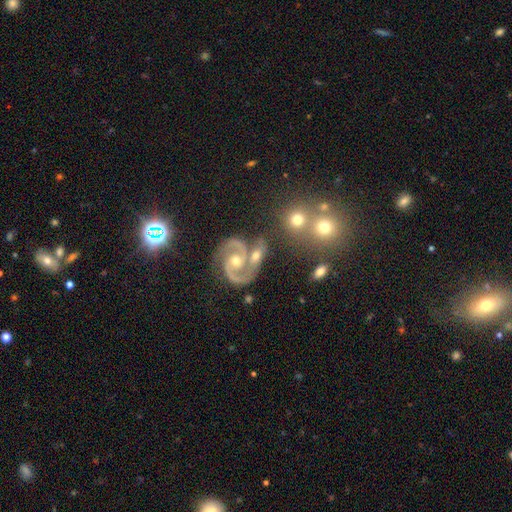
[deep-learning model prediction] Smooth or featured? featured or disk (87%)
Edge-on disk? no (98%)
Bar? no (62%)
Spiral arms? yes (96%)
Spiral winding? medium (61%)
Spiral arm count? 2 (93%)
Bulge size? moderate (58%)
Merging? none (50%)